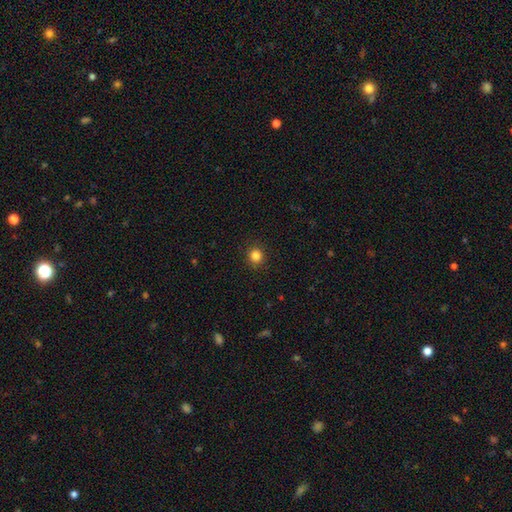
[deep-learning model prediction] Smooth or featured? Predicted: smooth (p=0.84). How rounded? Predicted: round (p=0.89). Merging? Predicted: none (p=0.91).